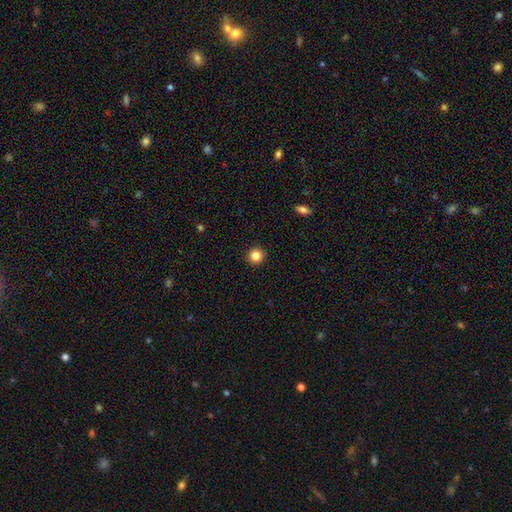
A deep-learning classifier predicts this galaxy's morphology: The model was most divided on "smooth or featured": smooth: 84%, star or artifact: 11%, featured or disk: 5%. More confident: how rounded — round (95%); merging — none (93%).